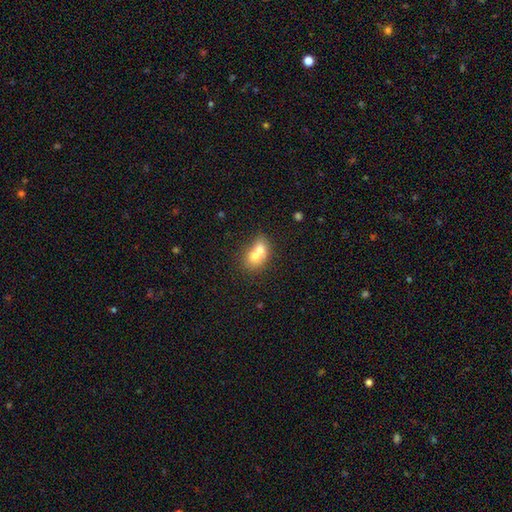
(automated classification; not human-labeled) Morphology: type=smooth (66%); roundness=in between (55%); merging=merger (69%).